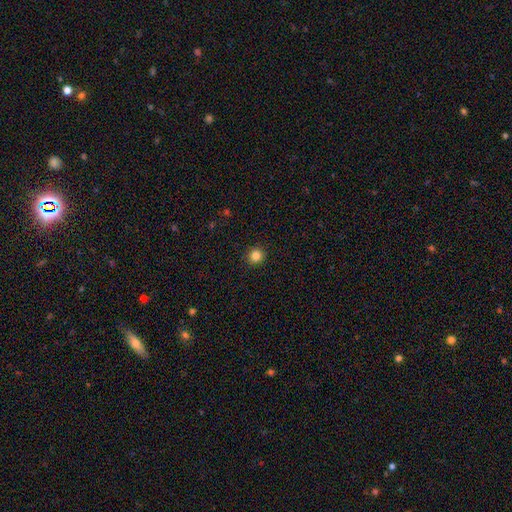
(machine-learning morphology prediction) Smooth or featured? Predicted: smooth (p=0.84). How rounded? Predicted: round (p=0.90). Merging? Predicted: none (p=0.92).